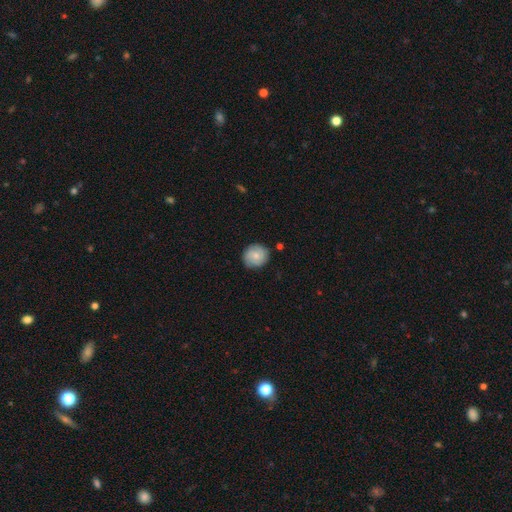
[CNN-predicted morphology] type=smooth (58%); roundness=round (85%); merging=none (82%).